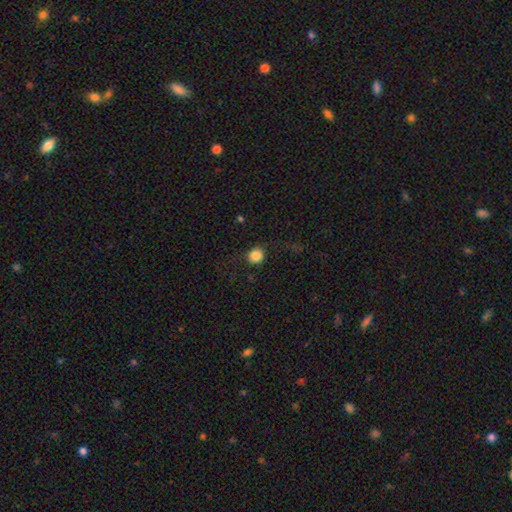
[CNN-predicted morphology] The model was most divided on "how rounded": round: 86%, in between: 13%, cigar-shaped: 1%. More confident: smooth or featured — smooth (84%); merging — none (84%).